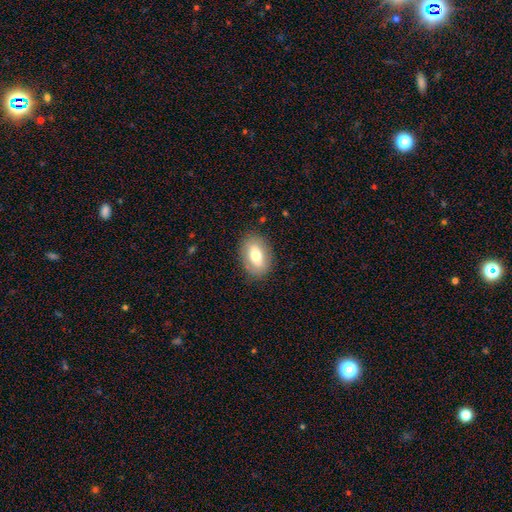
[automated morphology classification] The model was most divided on "smooth or featured": smooth: 69%, featured or disk: 23%, star or artifact: 7%. More confident: how rounded — in between (86%); merging — none (85%).